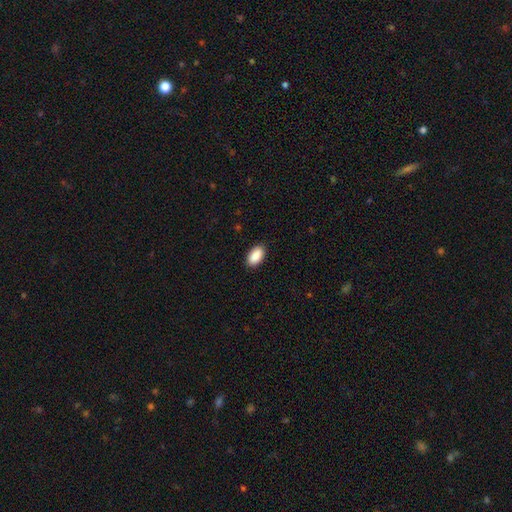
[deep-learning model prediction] A smooth galaxy with no disk features (90%) that is in between round and cigar-shaped (95%). Merging: none (89%).